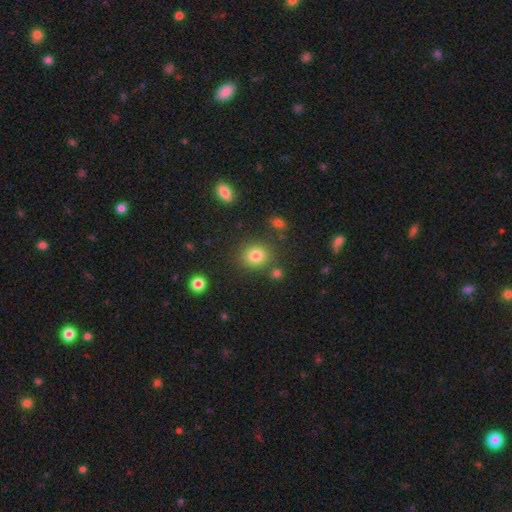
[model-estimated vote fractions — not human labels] Smooth or featured? Predicted: smooth (p=0.82). How rounded? Predicted: round (p=0.73). Merging? Predicted: none (p=0.80).